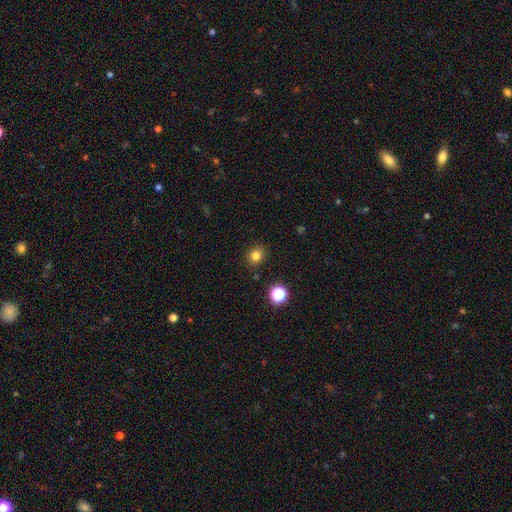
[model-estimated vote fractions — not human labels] Smooth or featured: smooth — 80% (star or artifact — 15%)
How rounded: round — 77% (in between — 22%)
Merging: none — 88% (minor disturbance — 8%)